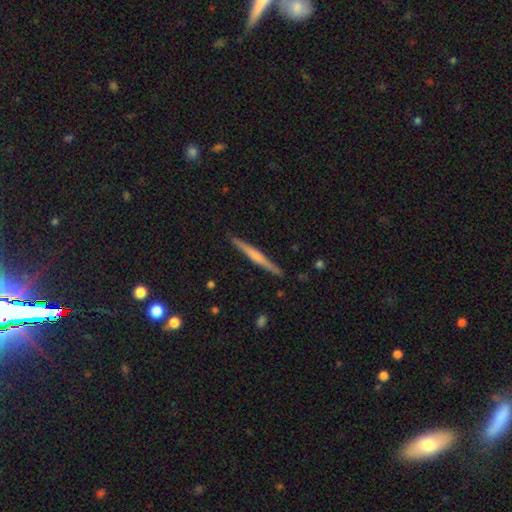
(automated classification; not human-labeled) Overall: featured or disk (57%; smooth 37%). Edge-on disk: yes (98%). Edge-on bulge: none (44%; rounded 37%). Merging: none (90%).